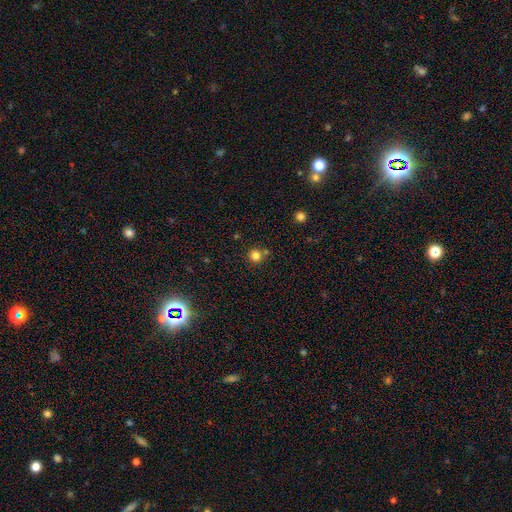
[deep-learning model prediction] A smooth galaxy with no disk features (81%) that is round (93%).

Vote fractions:
- Smooth or featured? smooth: 81% / star or artifact: 14% / featured or disk: 5%
- How rounded? round: 93% / in between: 6% / cigar-shaped: 1%
- Merging? none: 76% / merger: 13% / minor disturbance: 9% / major disturbance: 3%